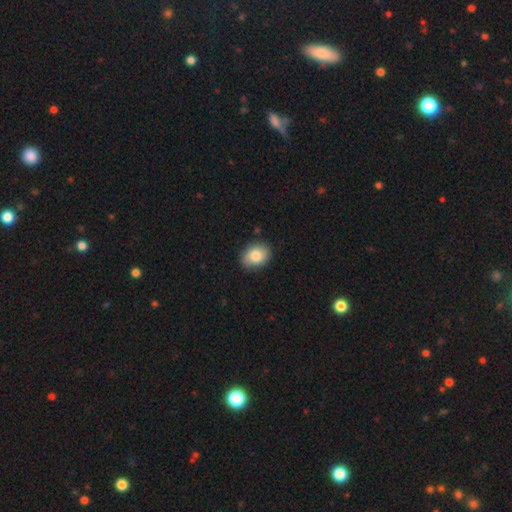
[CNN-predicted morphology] Smooth or featured? smooth (82%)
How rounded? in between (62%)
Merging? none (86%)